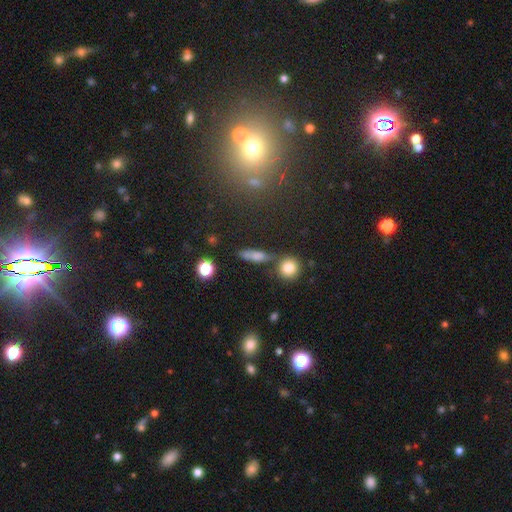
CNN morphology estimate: This appears to be a smooth galaxy with no disk features (69%) that is cigar-shaped (50%). Merging: none (61%).